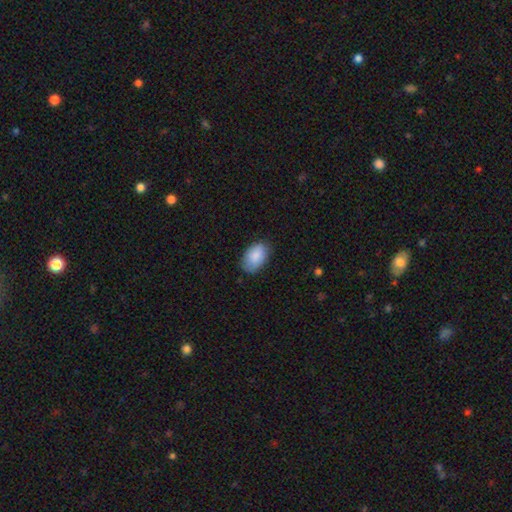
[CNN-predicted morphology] Smooth or featured: smooth — 88% (star or artifact — 6%)
How rounded: in between — 92% (round — 7%)
Merging: none — 78% (minor disturbance — 18%)